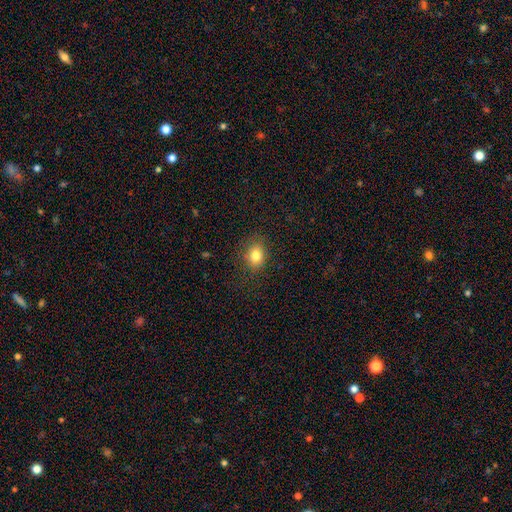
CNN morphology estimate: The model was most divided on "how rounded": in between: 51%, round: 48%, cigar-shaped: 1%. More confident: merging — none (82%); smooth or featured — smooth (81%).